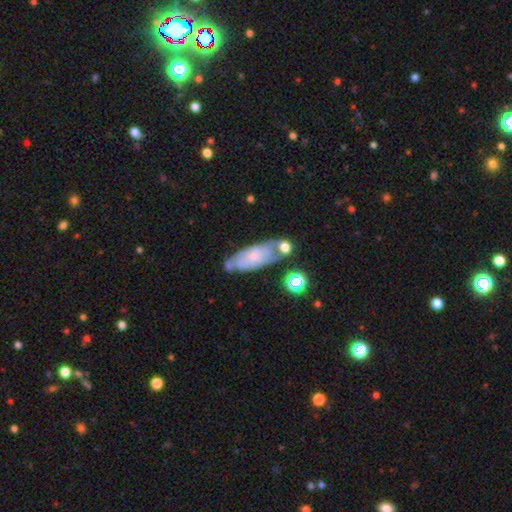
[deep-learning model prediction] smooth-or-featured: featured or disk: 62% | smooth: 30% | star or artifact: 8%
  disk-edge-on: no: 85% | yes: 15%
    bar: no: 75% | weak: 21% | strong: 4%
    has-spiral-arms: yes: 74% | no: 26%
    bulge-size: small: 69% | moderate: 20% | none: 8% | large: 2% | dominant: 1%
  merging: none: 51% | minor disturbance: 24% | merger: 16% | major disturbance: 9%